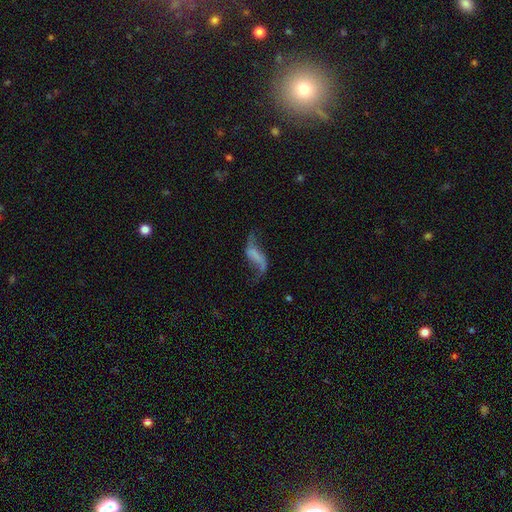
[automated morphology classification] type=featured or disk (74%); edge-on=no (95%); bar=strong (35%); spiral arms=yes (88%); winding=loose (92%); arm count=2 (88%); bulge=none (73%); merging=none (56%).